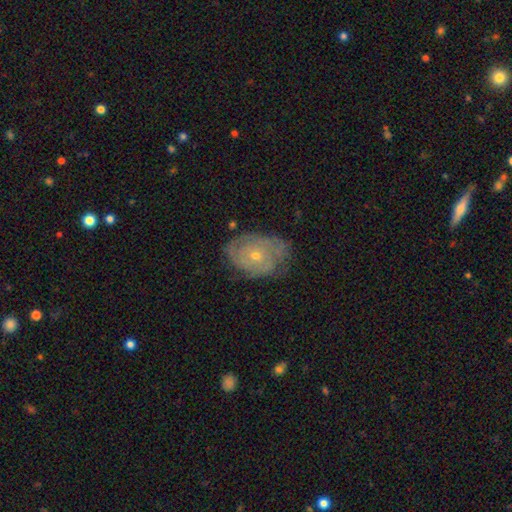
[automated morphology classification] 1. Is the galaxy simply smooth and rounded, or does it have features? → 70% featured or disk, 23% smooth, 7% star or artifact.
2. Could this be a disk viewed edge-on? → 96% no, 4% yes.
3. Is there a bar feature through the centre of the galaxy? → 85% no, 13% weak, 2% strong.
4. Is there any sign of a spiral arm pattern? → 80% yes, 20% no.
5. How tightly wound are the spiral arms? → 65% tight, 26% medium, 9% loose.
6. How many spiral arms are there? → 48% can't tell, 22% 2, 14% 3, 7% 4, 5% 1, 4% more than 4.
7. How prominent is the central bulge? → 62% small, 35% moderate, 1% large, 1% none, 1% dominant.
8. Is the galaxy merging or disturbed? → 60% none, 28% minor disturbance, 10% major disturbance, 2% merger.